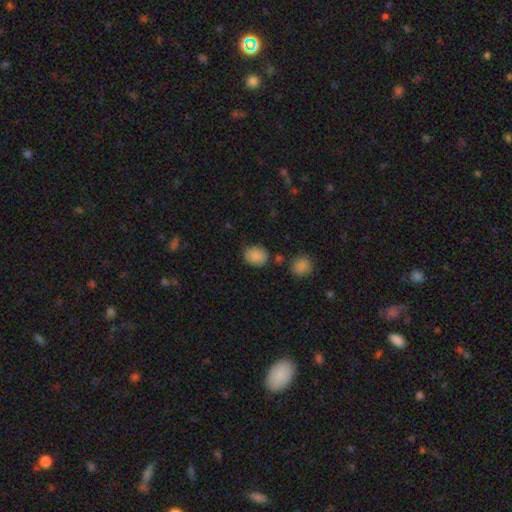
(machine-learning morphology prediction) A smooth galaxy with no disk features (86%) that is round (51%). Merging: none (76%).